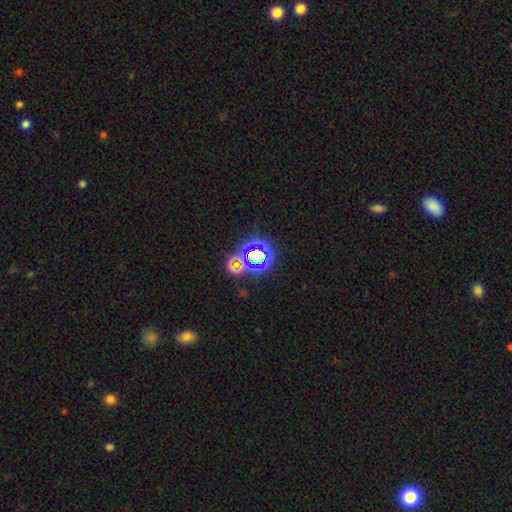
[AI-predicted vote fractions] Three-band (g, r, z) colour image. It shows a star or artifact, not a galaxy (63%).